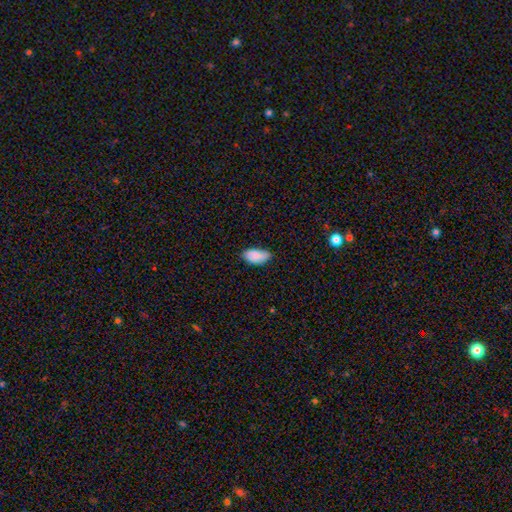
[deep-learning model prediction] Q: Smooth or featured?
A: smooth (82%); runner-up: featured or disk (10%)
Q: How rounded?
A: in between (94%); runner-up: round (3%)
Q: Merging?
A: none (60%); runner-up: minor disturbance (33%)